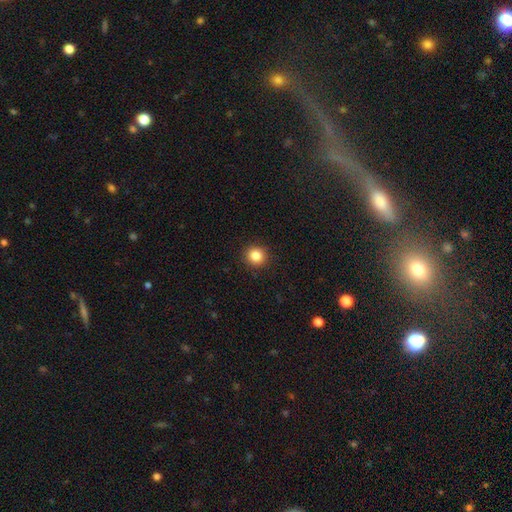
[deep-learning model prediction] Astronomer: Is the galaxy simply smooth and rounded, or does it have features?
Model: smooth — 85%.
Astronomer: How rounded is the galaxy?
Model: round — 92%.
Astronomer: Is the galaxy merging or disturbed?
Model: none — 92%.